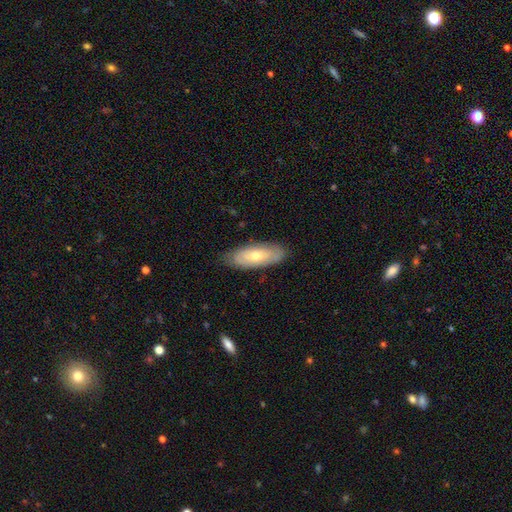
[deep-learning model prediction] Smooth or featured? Predicted: smooth (p=0.52). How rounded? Predicted: in between (p=0.74). Merging? Predicted: none (p=0.82).